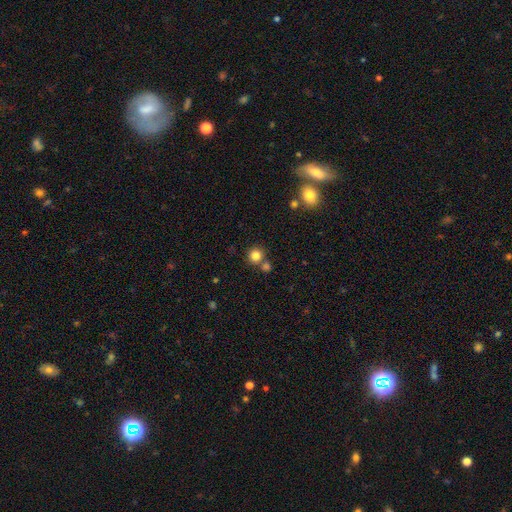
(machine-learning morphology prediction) Smooth or featured?
  - smooth: 82% *
  - star or artifact: 12%
  - featured or disk: 6%
How rounded?
  - round: 93% *
  - in between: 6%
  - cigar-shaped: 1%
Merging?
  - none: 69% *
  - merger: 21%
  - minor disturbance: 8%
  - major disturbance: 3%